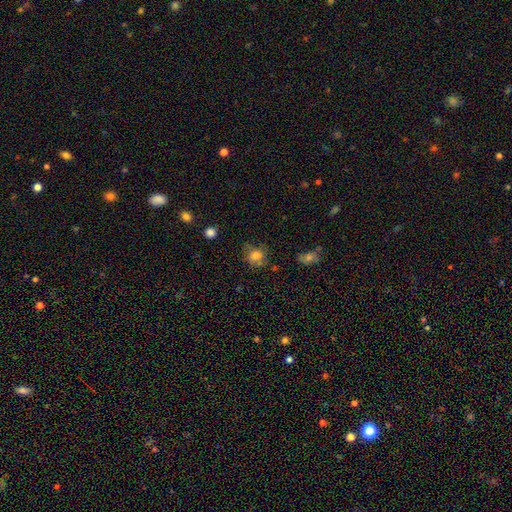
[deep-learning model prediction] Smooth or featured? smooth (76%)
How rounded? round (73%)
Merging? none (65%)